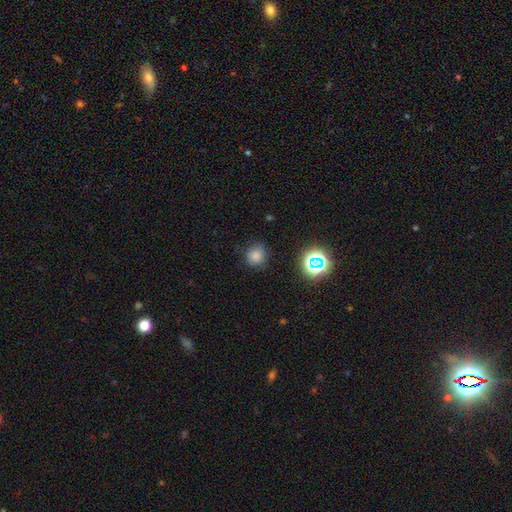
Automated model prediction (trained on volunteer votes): smooth 77%, star or artifact 17%, featured or disk 6%. Down the decision tree: how rounded — round (86%); merging — none (81%).